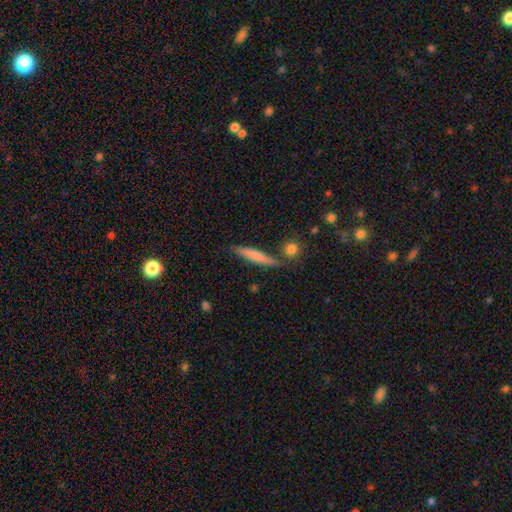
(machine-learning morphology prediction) This appears to be a smooth galaxy with no disk features (66%) that is cigar-shaped (92%). Merging: none (79%).